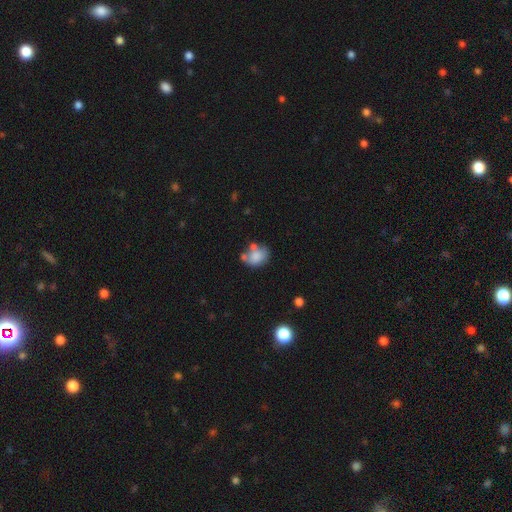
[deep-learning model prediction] The model was most divided on "how rounded": in between: 57%, round: 42%, cigar-shaped: 1%. Remaining: smooth or featured — smooth (74%); merging — none (42%).